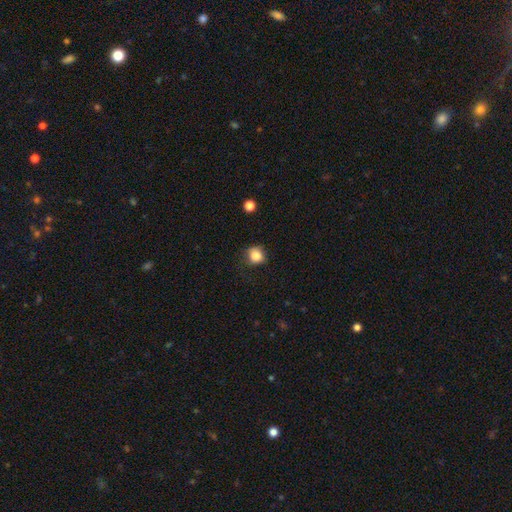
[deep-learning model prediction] smooth-or-featured: smooth: 84% | star or artifact: 10% | featured or disk: 6%
  how-rounded: round: 80% | in between: 19% | cigar-shaped: 1%
  merging: none: 68% | minor disturbance: 23% | major disturbance: 7% | merger: 2%